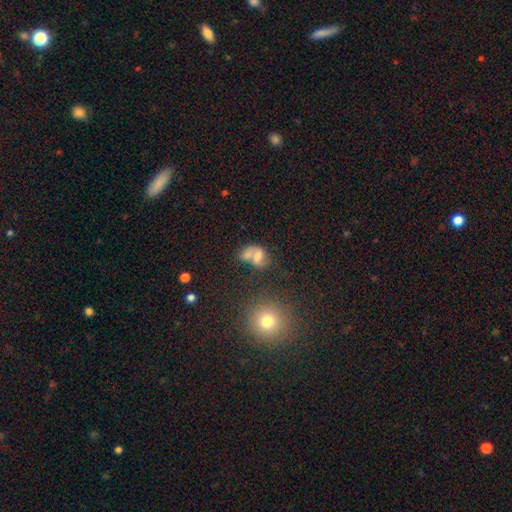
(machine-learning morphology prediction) smooth_or_featured: smooth (p=0.53) [alt: featured or disk p=0.32]
how_rounded: in between (p=0.71) [alt: round p=0.27]
merging: merger (p=0.43) [alt: none p=0.27]